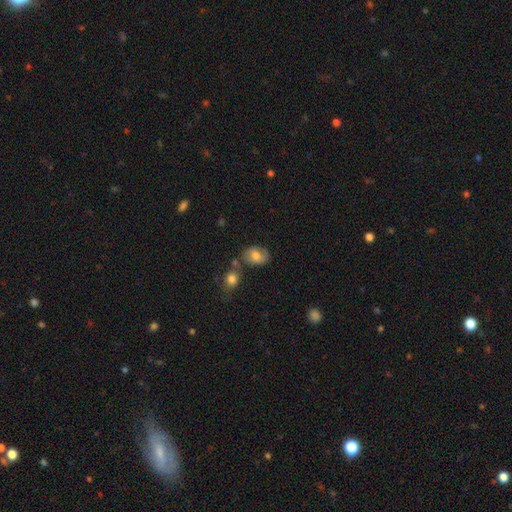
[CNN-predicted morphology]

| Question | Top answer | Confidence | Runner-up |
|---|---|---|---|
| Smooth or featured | smooth | 67% | featured or disk (24%) |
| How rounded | in between | 71% | round (28%) |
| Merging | none | 58% | minor disturbance (19%) |